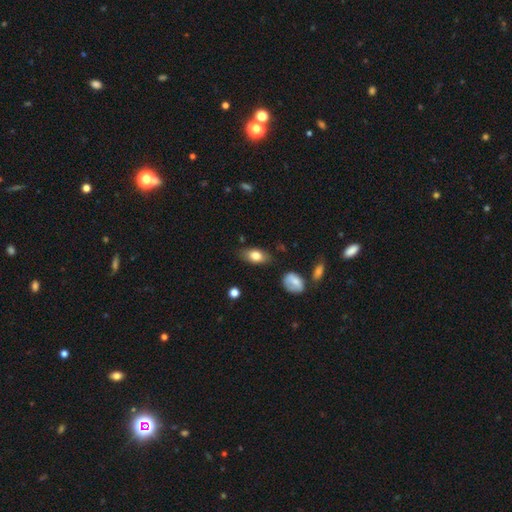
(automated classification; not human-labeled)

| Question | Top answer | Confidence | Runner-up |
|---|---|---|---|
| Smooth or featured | smooth | 79% | featured or disk (14%) |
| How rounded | in between | 88% | round (6%) |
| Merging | none | 80% | minor disturbance (15%) |